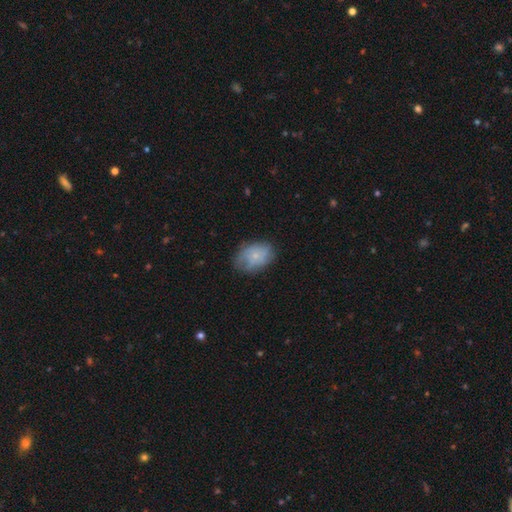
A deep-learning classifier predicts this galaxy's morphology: A smooth galaxy with no disk features (54%) that is in between round and cigar-shaped (77%).

Vote fractions:
- Smooth or featured? smooth: 54% / featured or disk: 37% / star or artifact: 9%
- How rounded? in between: 77% / round: 21% / cigar-shaped: 1%
- Merging? none: 65% / minor disturbance: 24% / major disturbance: 9% / merger: 1%